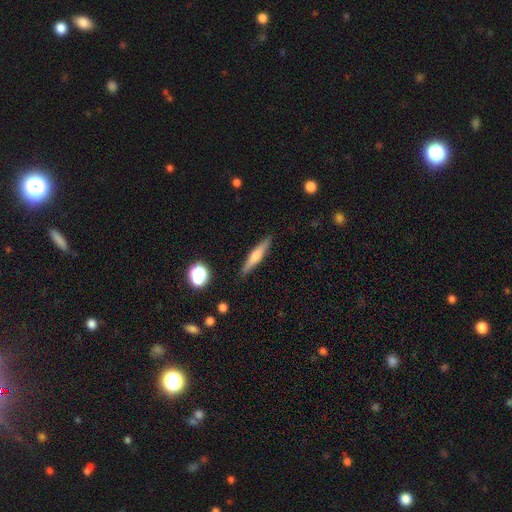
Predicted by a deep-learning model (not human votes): Smooth or featured? Predicted: featured or disk (p=0.47). Merging? Predicted: none (p=0.89).